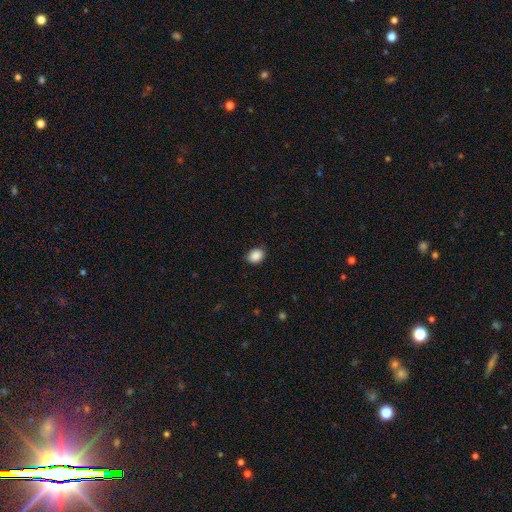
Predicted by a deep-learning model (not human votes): Q: Smooth or featured?
A: smooth (89%); runner-up: star or artifact (8%)
Q: How rounded?
A: in between (65%); runner-up: round (34%)
Q: Merging?
A: none (85%); runner-up: minor disturbance (12%)